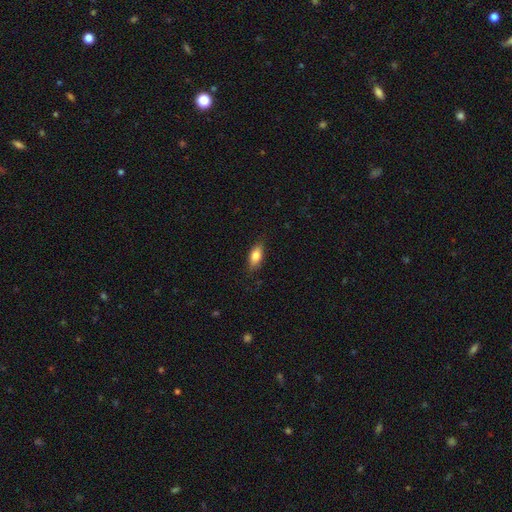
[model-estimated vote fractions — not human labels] smooth_or_featured: smooth (p=0.78) [alt: featured or disk p=0.15]
how_rounded: in between (p=0.83) [alt: cigar-shaped p=0.13]
merging: none (p=0.83) [alt: minor disturbance p=0.13]